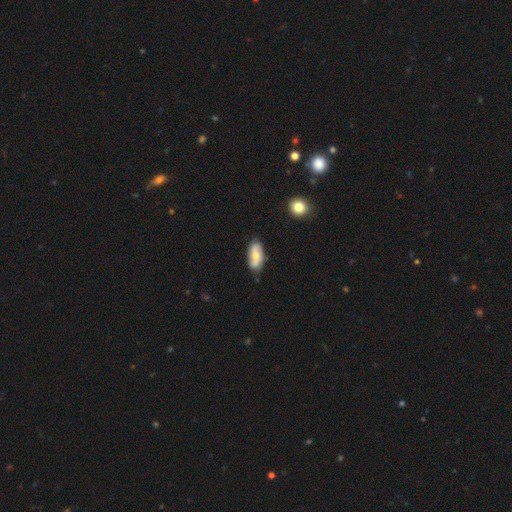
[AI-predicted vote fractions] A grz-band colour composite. It shows a smooth galaxy with no disk features (51%) that is in between round and cigar-shaped (86%). Merging: none (74%).